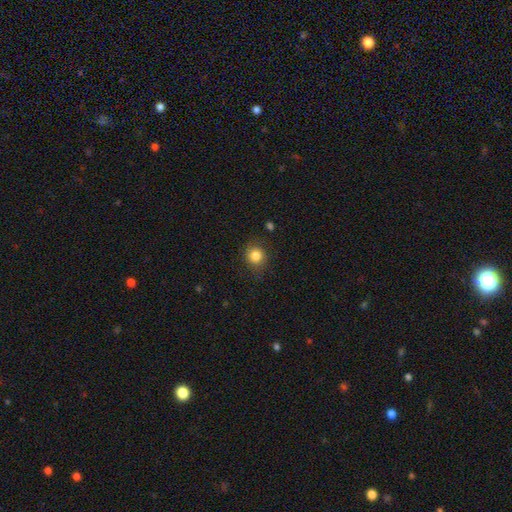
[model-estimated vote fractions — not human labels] Q: Smooth or featured?
A: smooth (83%); runner-up: star or artifact (11%)
Q: How rounded?
A: round (86%); runner-up: in between (13%)
Q: Merging?
A: none (85%); runner-up: minor disturbance (10%)